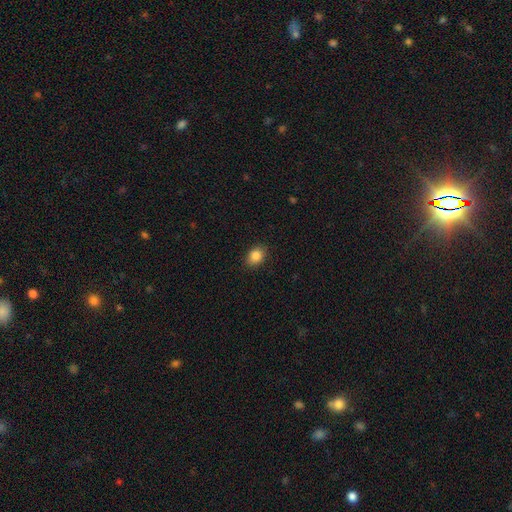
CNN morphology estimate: This is clearly a smooth galaxy (86%). How rounded: likely in between (61%). Merging: clearly none (87%).